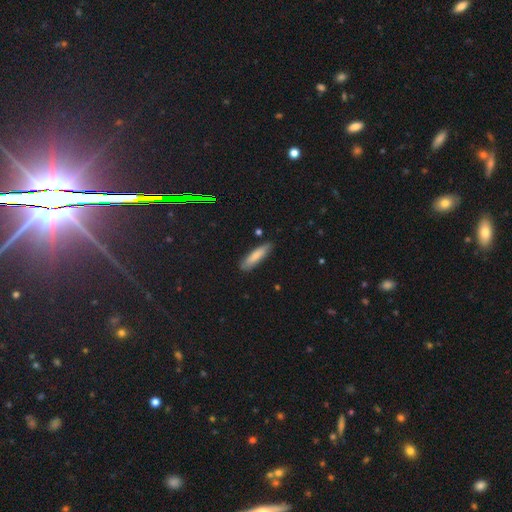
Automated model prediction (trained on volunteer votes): Morphology: type=smooth (79%); roundness=cigar-shaped (72%); merging=none (82%).